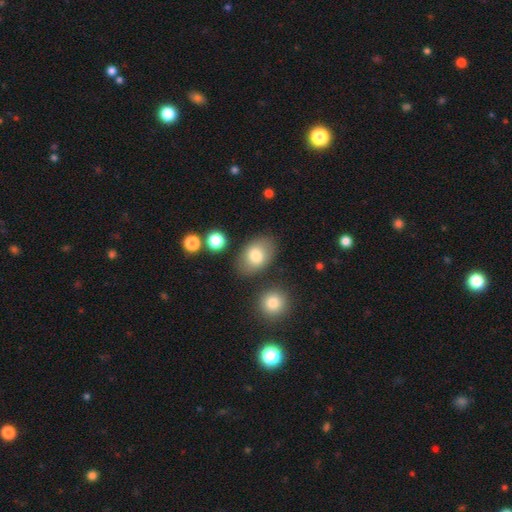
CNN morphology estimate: This appears to be a smooth galaxy with no disk features (79%) that is in between round and cigar-shaped (81%). Merging: none (76%).